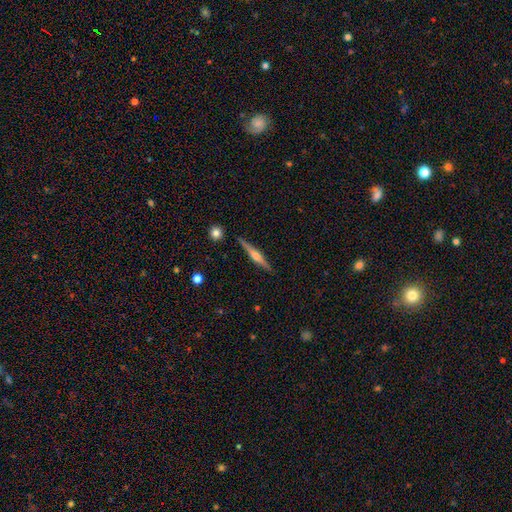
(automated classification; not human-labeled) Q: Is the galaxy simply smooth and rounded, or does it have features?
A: featured or disk — 72%.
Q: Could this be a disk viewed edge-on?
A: yes — 98%.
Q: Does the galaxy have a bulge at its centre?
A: rounded — 86%.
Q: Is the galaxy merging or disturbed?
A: none — 90%.